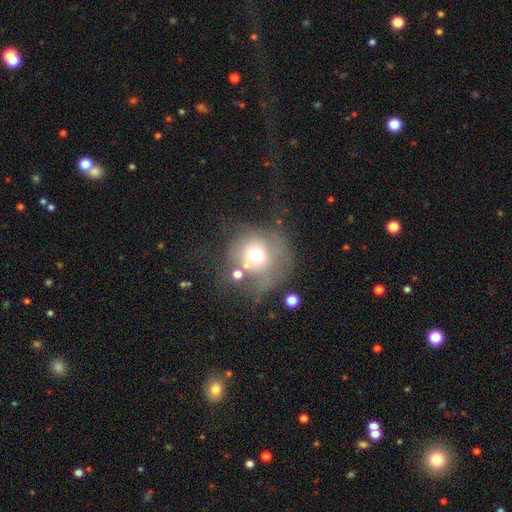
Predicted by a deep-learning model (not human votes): Smooth or featured? smooth (61%)
How rounded? round (89%)
Merging? none (41%)